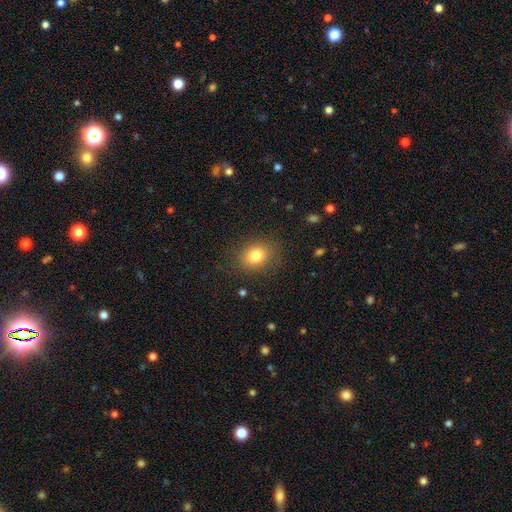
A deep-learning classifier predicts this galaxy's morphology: The model was most divided on "how rounded": in between: 52%, round: 47%, cigar-shaped: 1%. More confident: merging — none (84%); smooth or featured — smooth (80%).